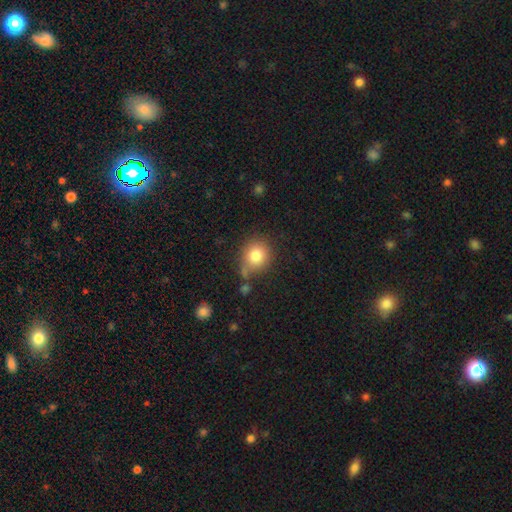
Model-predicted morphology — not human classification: type=smooth (82%); roundness=round (81%); merging=none (67%).